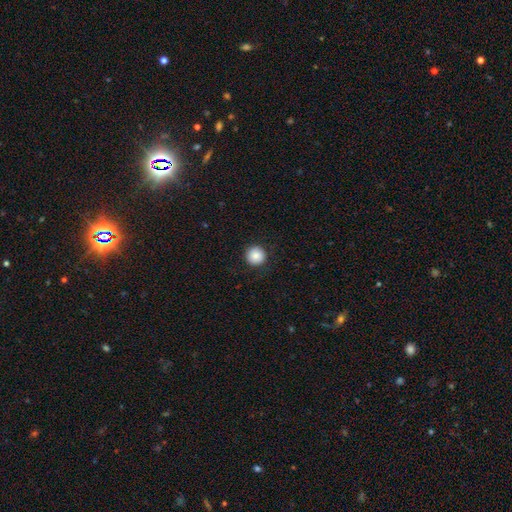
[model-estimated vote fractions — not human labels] A smooth galaxy with no disk features (86%) that is round (96%).

Vote fractions:
- Smooth or featured? smooth: 86% / star or artifact: 9% / featured or disk: 5%
- How rounded? round: 96% / in between: 3% / cigar-shaped: 1%
- Merging? none: 90% / minor disturbance: 7% / major disturbance: 2% / merger: 1%